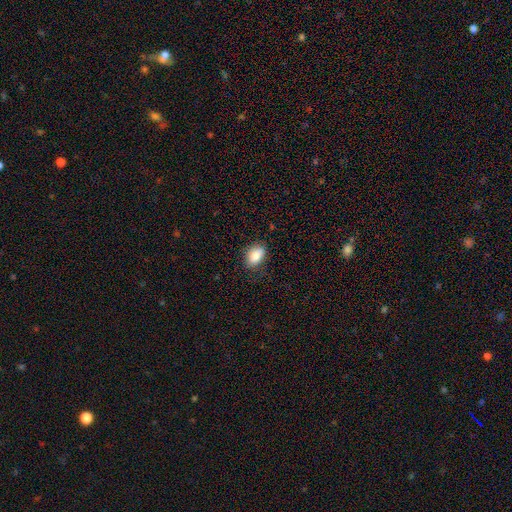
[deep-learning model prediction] A smooth galaxy with no disk features (84%) that is in between round and cigar-shaped (81%).

Vote fractions:
- Smooth or featured? smooth: 84% / star or artifact: 8% / featured or disk: 8%
- How rounded? in between: 81% / round: 18% / cigar-shaped: 1%
- Merging? none: 77% / minor disturbance: 18% / major disturbance: 4% / merger: 1%